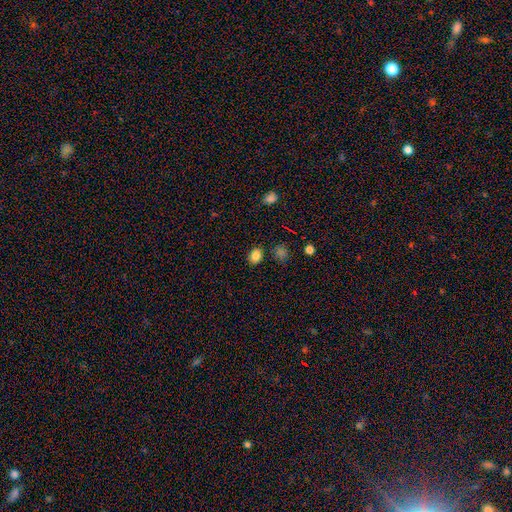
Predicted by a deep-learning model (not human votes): The model was most divided on "how rounded": in between: 61%, round: 38%, cigar-shaped: 1%. More confident: smooth or featured — smooth (84%); merging — none (84%).